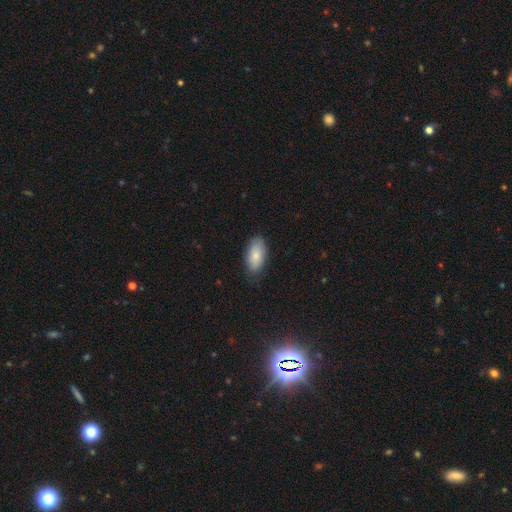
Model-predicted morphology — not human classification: This appears to be a smooth galaxy with no disk features (80%) that is in between round and cigar-shaped (92%). Merging: none (77%).